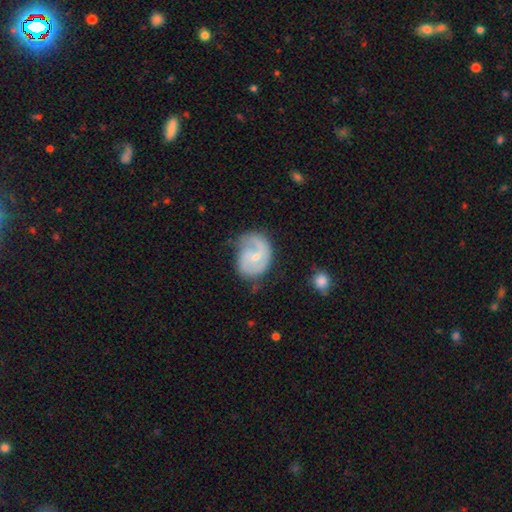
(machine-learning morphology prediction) Smooth or featured? Predicted: featured or disk (p=0.71). Edge-on disk? Predicted: no (p=0.97). Bar? Predicted: no (p=0.53). Spiral arms? Predicted: yes (p=0.85). Spiral winding? Predicted: medium (p=0.42). Spiral arm count? Predicted: 2 (p=0.50). Bulge size? Predicted: small (p=0.56). Merging? Predicted: none (p=0.45).